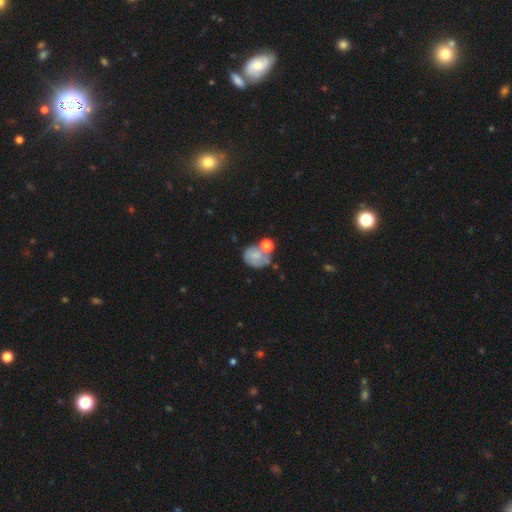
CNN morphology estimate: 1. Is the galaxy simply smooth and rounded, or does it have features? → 60% smooth, 29% featured or disk, 11% star or artifact.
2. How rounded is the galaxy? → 60% round, 39% in between, 1% cigar-shaped.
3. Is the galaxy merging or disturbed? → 35% none, 30% merger, 21% minor disturbance, 14% major disturbance.